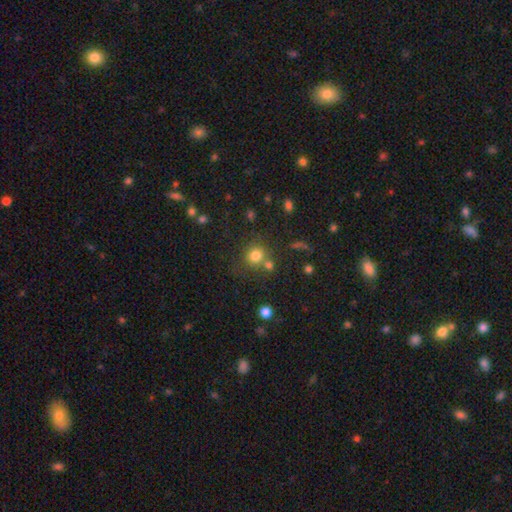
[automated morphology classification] This appears to be a smooth galaxy with no disk features (78%) that is round (85%). Merging: none (63%).